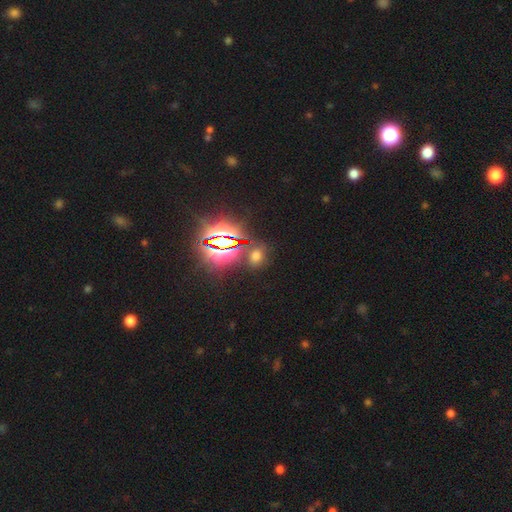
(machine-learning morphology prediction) A star or artifact, not a galaxy (51%).